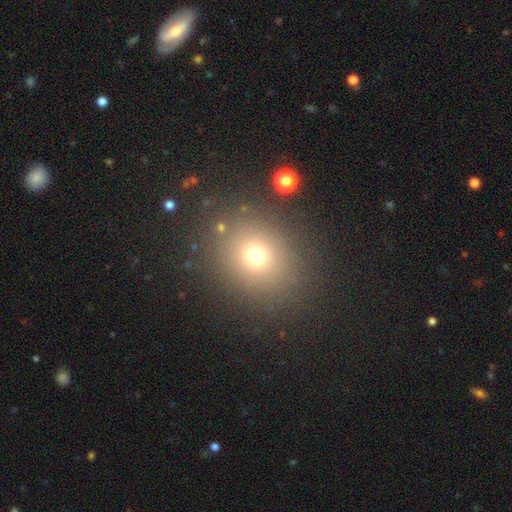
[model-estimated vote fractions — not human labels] smooth-or-featured: smooth: 70% | star or artifact: 20% | featured or disk: 10%
  how-rounded: round: 70% | in between: 29% | cigar-shaped: 1%
  merging: none: 85% | minor disturbance: 8% | major disturbance: 4% | merger: 3%